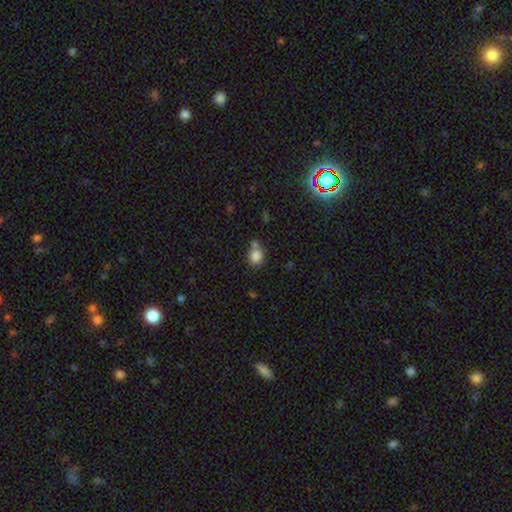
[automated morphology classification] Overall: smooth (83%). How rounded: round (66%; in between 33%). Merging: none (55%; merger 27%).